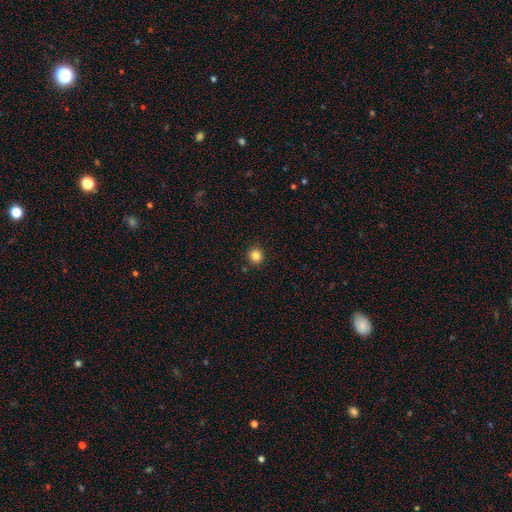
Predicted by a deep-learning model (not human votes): Q: Smooth or featured?
A: smooth (84%); runner-up: star or artifact (12%)
Q: How rounded?
A: round (93%); runner-up: in between (6%)
Q: Merging?
A: none (90%); runner-up: minor disturbance (6%)